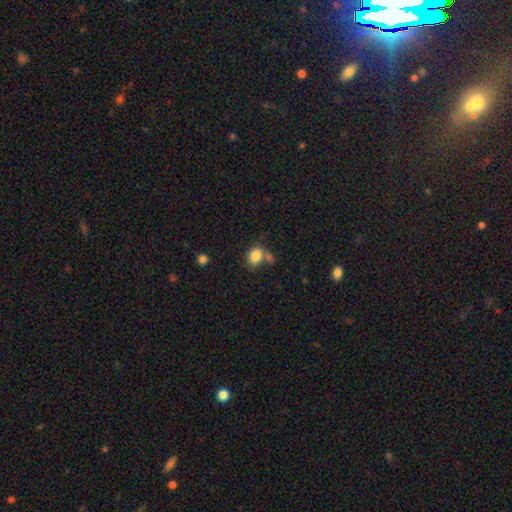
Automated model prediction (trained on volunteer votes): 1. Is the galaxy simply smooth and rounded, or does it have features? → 84% smooth, 10% star or artifact, 7% featured or disk.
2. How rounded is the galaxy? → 57% in between, 42% round, 1% cigar-shaped.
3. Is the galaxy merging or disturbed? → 55% none, 24% merger, 15% minor disturbance, 6% major disturbance.